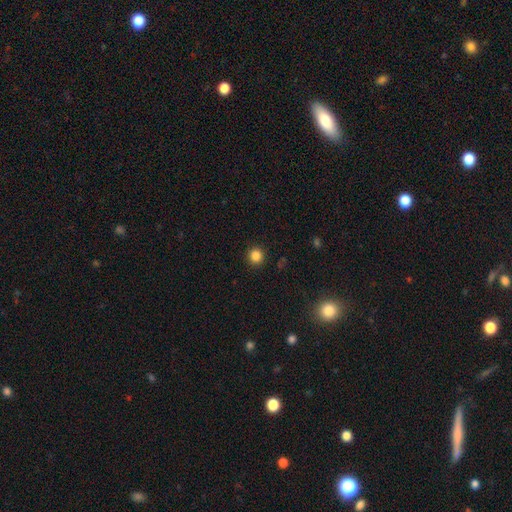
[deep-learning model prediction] Morphology: type=smooth (84%); roundness=round (94%); merging=none (92%).